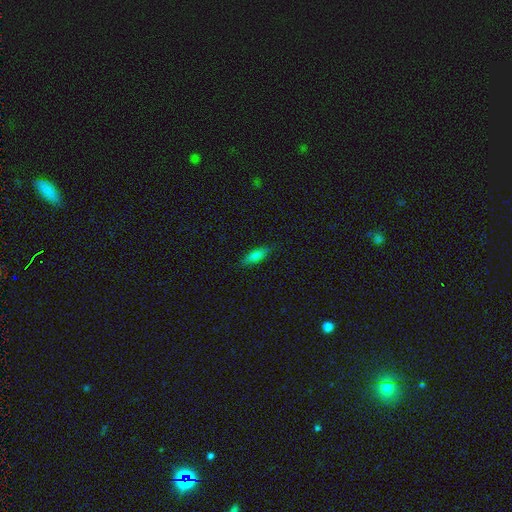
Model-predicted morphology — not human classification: Smooth or featured? Predicted: smooth (p=0.77). How rounded? Predicted: in between (p=0.56). Merging? Predicted: none (p=0.82).